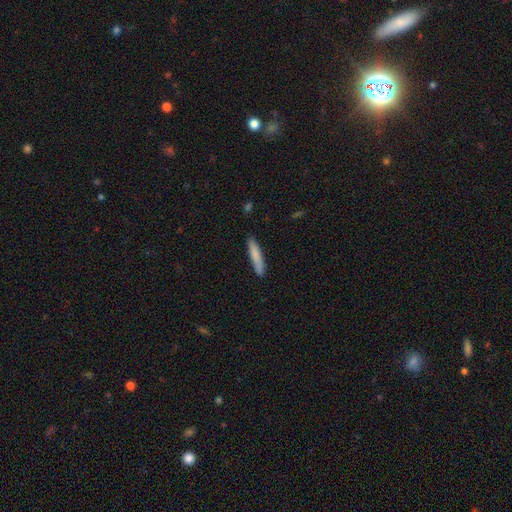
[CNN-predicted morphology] Smooth or featured?
  - smooth: 80% *
  - featured or disk: 14%
  - star or artifact: 6%
How rounded?
  - cigar-shaped: 90% *
  - in between: 9%
  - round: 1%
Merging?
  - none: 86% *
  - minor disturbance: 11%
  - major disturbance: 2%
  - merger: 1%